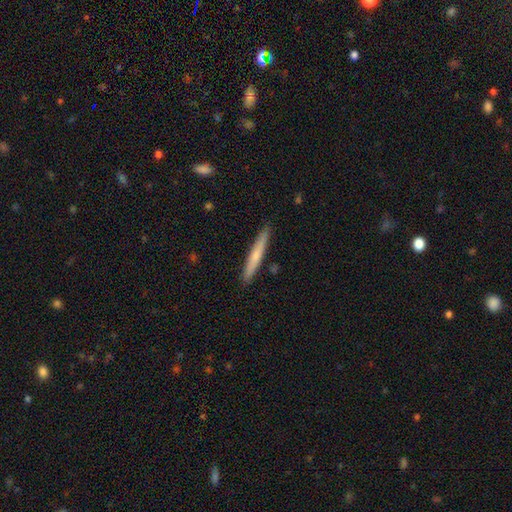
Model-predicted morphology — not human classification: This is possibly a smooth galaxy (58%). How rounded: clearly cigar-shaped (96%). Merging: clearly none (90%).